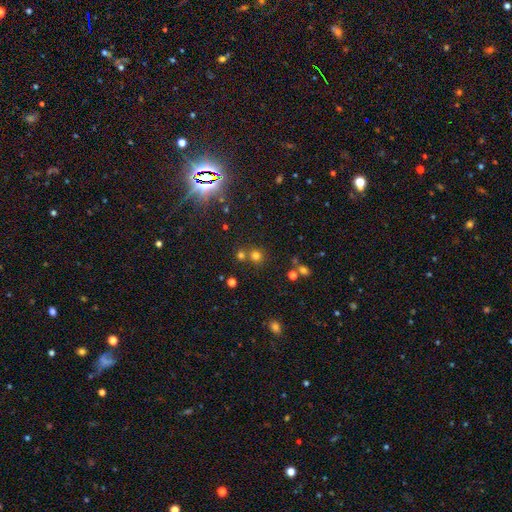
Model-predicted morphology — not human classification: A smooth galaxy with no disk features (68%) that is round (88%). Merging: none (63%).